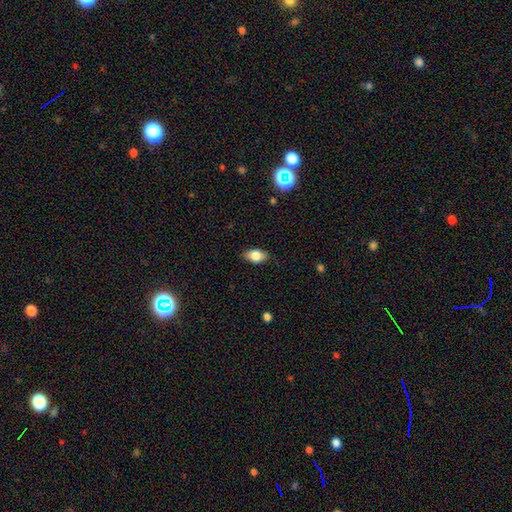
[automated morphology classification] This is clearly a smooth galaxy (80%). How rounded: clearly in between (89%). Merging: clearly none (86%).